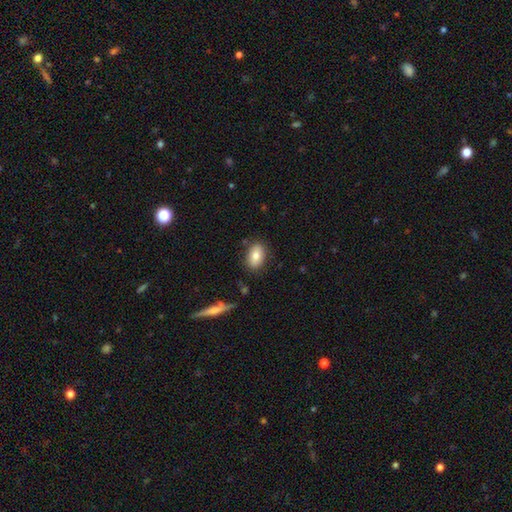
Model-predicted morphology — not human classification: Overall: smooth (80%). How rounded: in between (88%). Merging: none (83%).